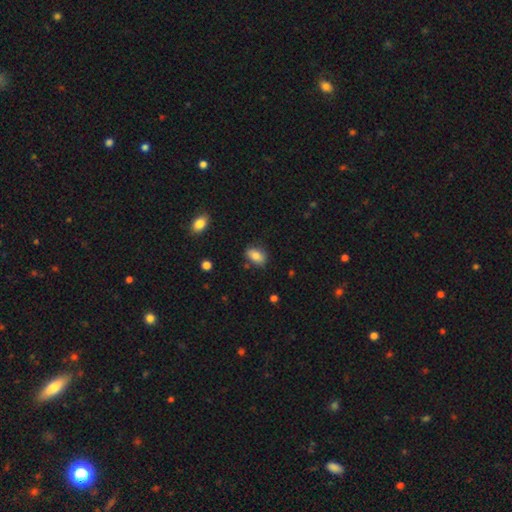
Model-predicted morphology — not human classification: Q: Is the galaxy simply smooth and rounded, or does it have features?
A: smooth — 82%.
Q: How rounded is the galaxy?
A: in between — 88%.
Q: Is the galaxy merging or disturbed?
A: none — 78%.